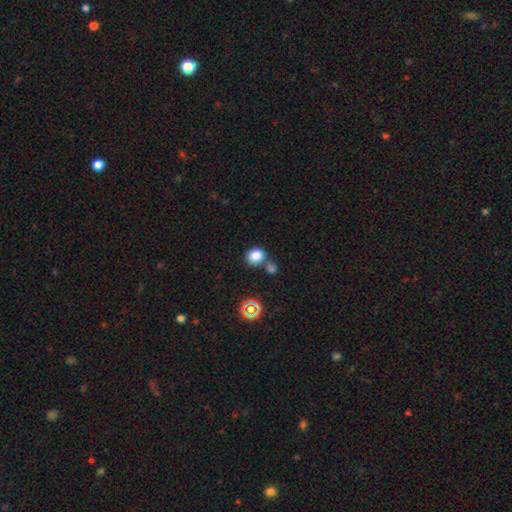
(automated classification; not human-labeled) Smooth or featured: smooth — 81% (star or artifact — 13%)
How rounded: round — 72% (in between — 27%)
Merging: none — 58% (merger — 27%)